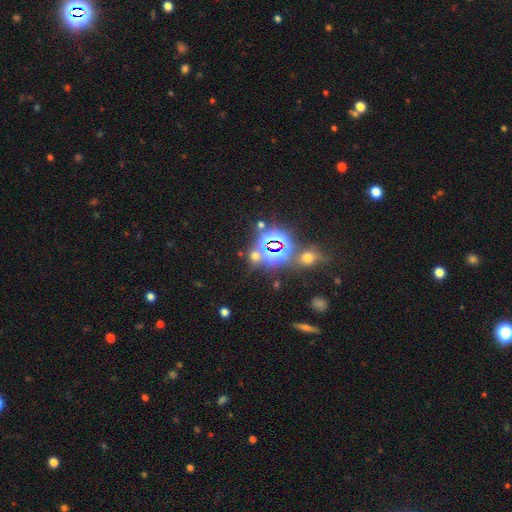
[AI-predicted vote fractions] This is likely a star or artifact rather than a galaxy (63%).